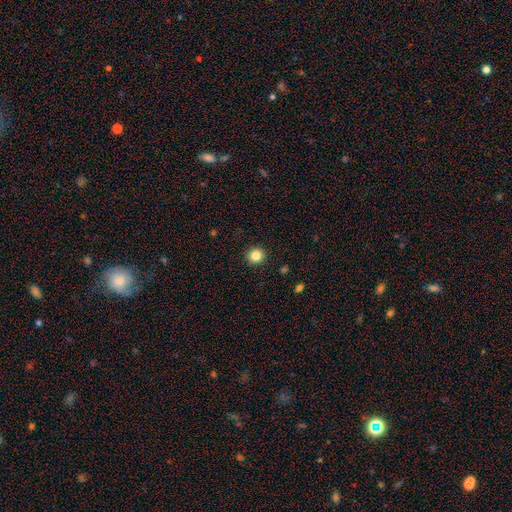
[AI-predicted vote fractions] Smooth or featured: smooth — 84% (star or artifact — 11%)
How rounded: round — 94% (in between — 5%)
Merging: none — 93% (minor disturbance — 5%)